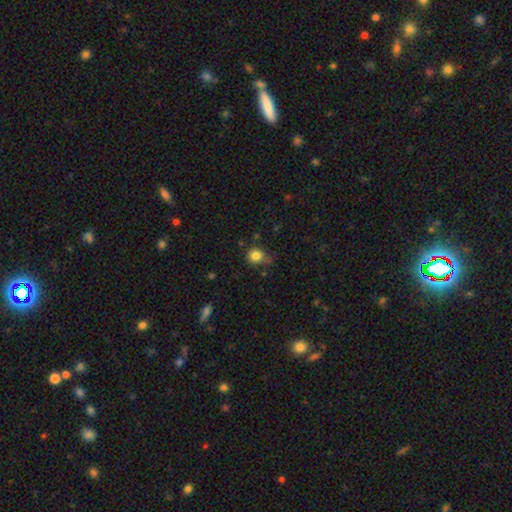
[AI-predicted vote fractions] Smooth or featured: smooth — 83% (star or artifact — 11%)
How rounded: round — 85% (in between — 14%)
Merging: none — 68% (minor disturbance — 21%)